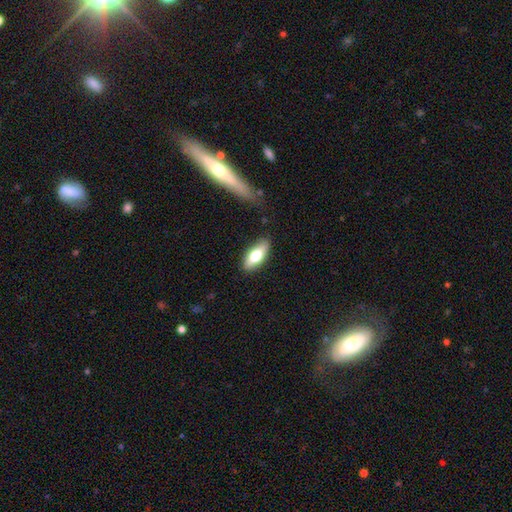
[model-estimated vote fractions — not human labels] This is likely a smooth galaxy (65%). How rounded: likely in between (72%). Merging: clearly none (84%).